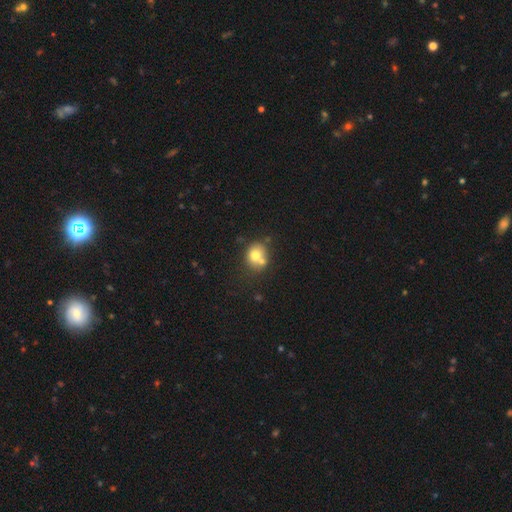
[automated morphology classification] smooth-or-featured: smooth: 72% | featured or disk: 17% | star or artifact: 11%
  how-rounded: round: 72% | in between: 27% | cigar-shaped: 1%
  merging: none: 47% | merger: 36% | minor disturbance: 13% | major disturbance: 4%